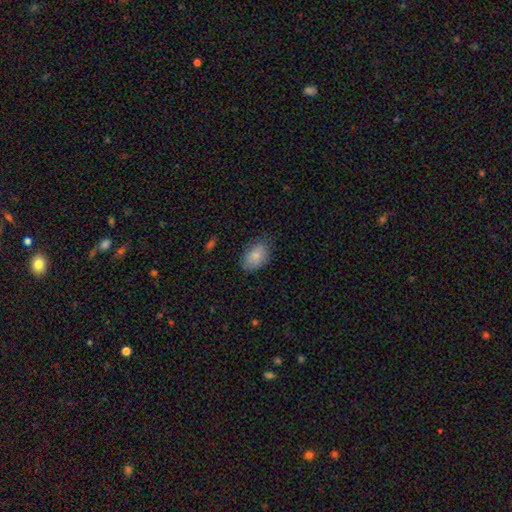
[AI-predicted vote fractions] Smooth or featured? smooth (84%)
How rounded? in between (88%)
Merging? none (74%)